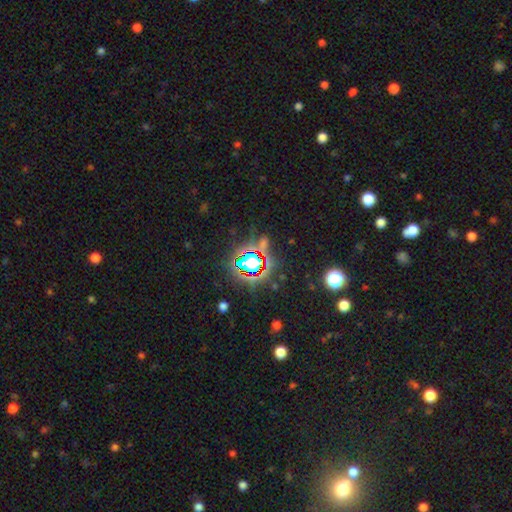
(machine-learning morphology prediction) smooth-or-featured: star or artifact: 78% | smooth: 13% | featured or disk: 9%